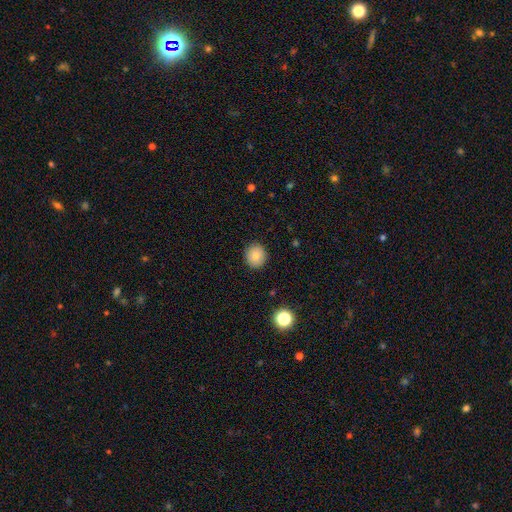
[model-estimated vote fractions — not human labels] Smooth or featured?
  - smooth: 82% *
  - star or artifact: 10%
  - featured or disk: 8%
How rounded?
  - round: 90% *
  - in between: 10%
  - cigar-shaped: 1%
Merging?
  - none: 91% *
  - minor disturbance: 6%
  - major disturbance: 2%
  - merger: 1%